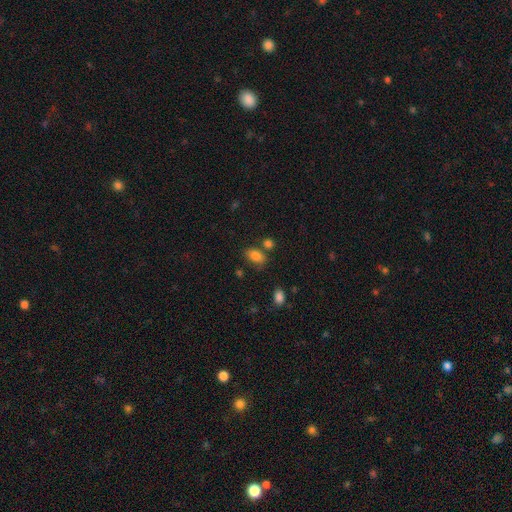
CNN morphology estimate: smooth 84%, star or artifact 10%, featured or disk 6%. Down the decision tree: how rounded — in between (87%); merging — none (65%).